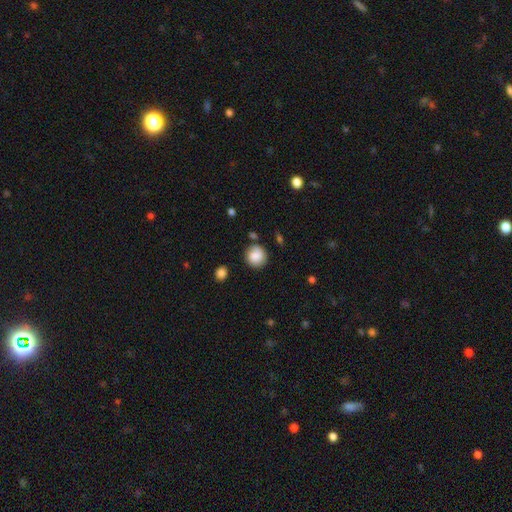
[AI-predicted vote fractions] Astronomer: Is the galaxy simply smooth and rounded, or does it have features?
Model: smooth — 81%.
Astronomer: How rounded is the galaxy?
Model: round — 89%.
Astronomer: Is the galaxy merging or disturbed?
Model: none — 77%.